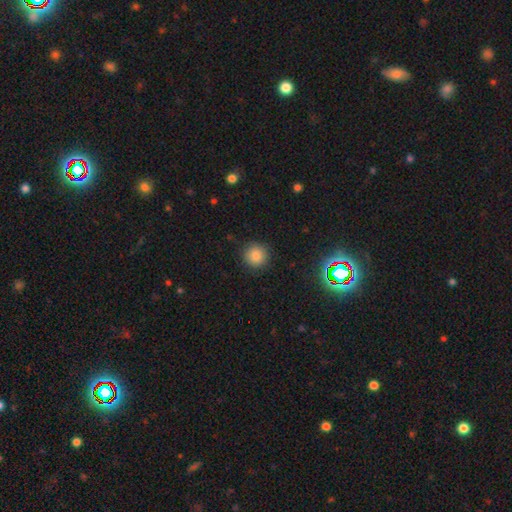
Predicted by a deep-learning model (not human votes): The model was most divided on "smooth or featured": smooth: 81%, star or artifact: 13%, featured or disk: 6%. More confident: how rounded — round (94%); merging — none (90%).